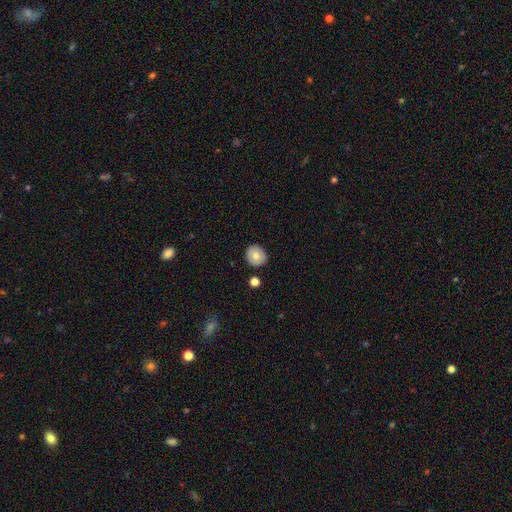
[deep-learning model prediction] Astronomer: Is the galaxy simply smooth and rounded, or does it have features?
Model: smooth — 74%.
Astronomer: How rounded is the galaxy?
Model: round — 88%.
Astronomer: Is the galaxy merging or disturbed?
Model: none — 86%.